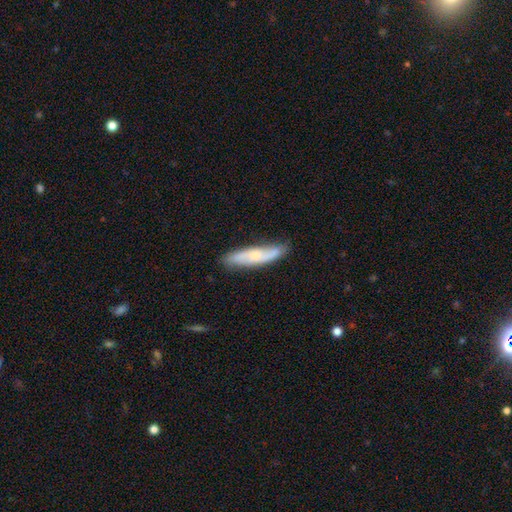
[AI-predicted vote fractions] Q: Smooth or featured?
A: featured or disk (49%); runner-up: smooth (45%)
Q: Merging?
A: none (81%); runner-up: minor disturbance (15%)